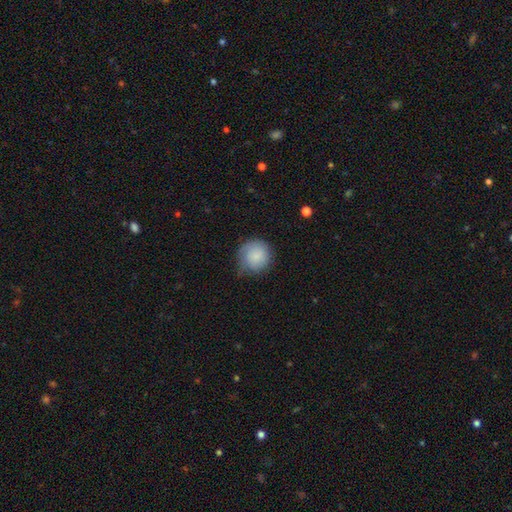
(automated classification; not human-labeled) smooth-or-featured: smooth: 82% | featured or disk: 12% | star or artifact: 6%
  how-rounded: round: 91% | in between: 8% | cigar-shaped: 1%
  merging: none: 54% | minor disturbance: 34% | major disturbance: 10% | merger: 2%